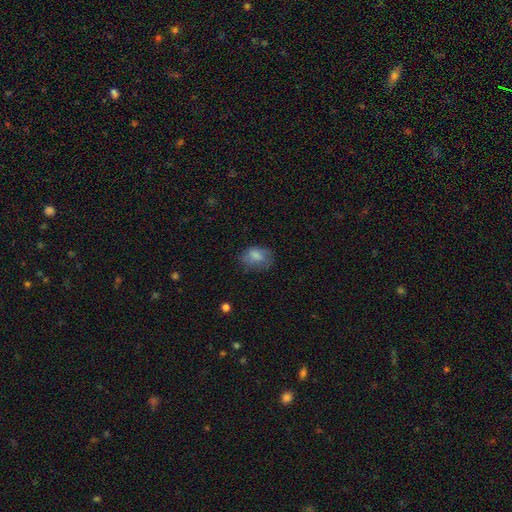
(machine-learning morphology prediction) Smooth or featured? smooth (77%)
How rounded? in between (76%)
Merging? none (58%)